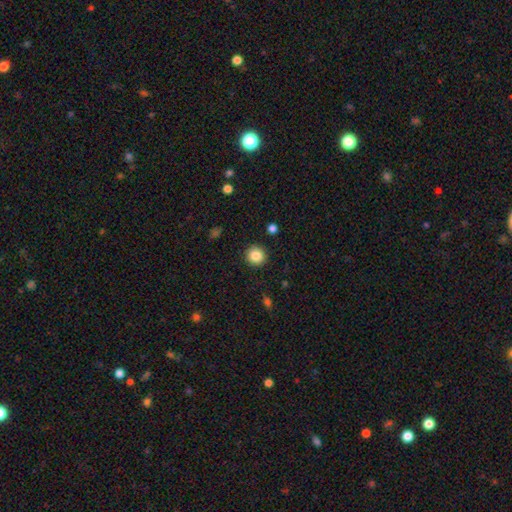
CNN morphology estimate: This is clearly a smooth galaxy (85%). How rounded: clearly round (94%). Merging: clearly none (92%).